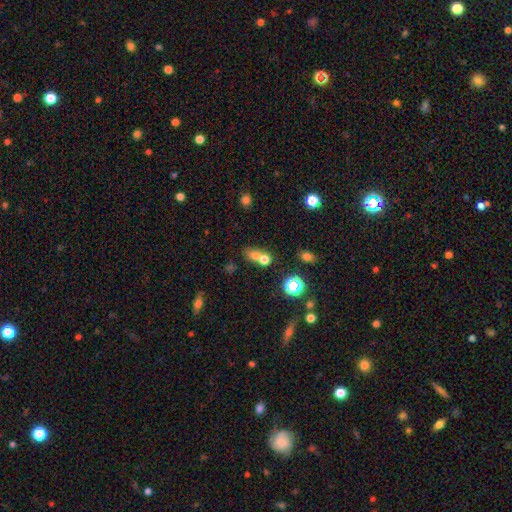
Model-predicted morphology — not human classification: smooth 68%, star or artifact 19%, featured or disk 14%. Down the decision tree: how rounded — round (58%); merging — merger (56%).